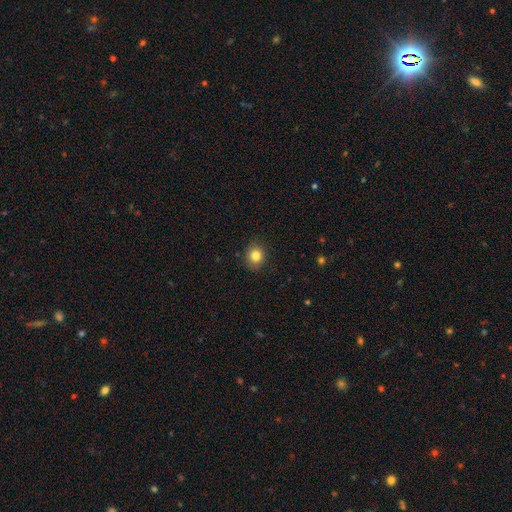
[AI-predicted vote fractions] smooth_or_featured: smooth (p=0.83) [alt: star or artifact p=0.11]
how_rounded: round (p=0.75) [alt: in between p=0.24]
merging: none (p=0.89) [alt: minor disturbance p=0.08]